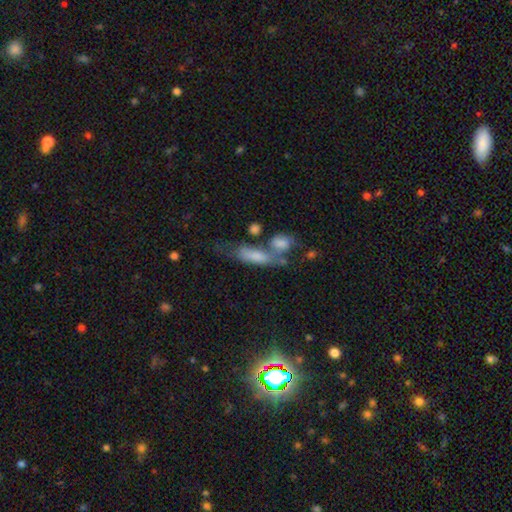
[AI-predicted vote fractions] Smooth or featured? Predicted: smooth (p=0.60). How rounded? Predicted: in between (p=0.52). Merging? Predicted: merger (p=0.39).